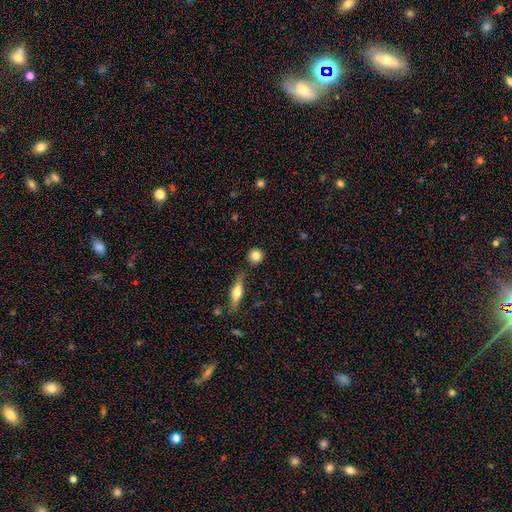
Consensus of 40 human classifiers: smooth_or_featured: smooth (p=0.70) [alt: featured or disk p=0.17]
how_rounded: round (p=0.82) [alt: in between p=0.14]
merging: none (p=0.74) [alt: merger p=0.14]